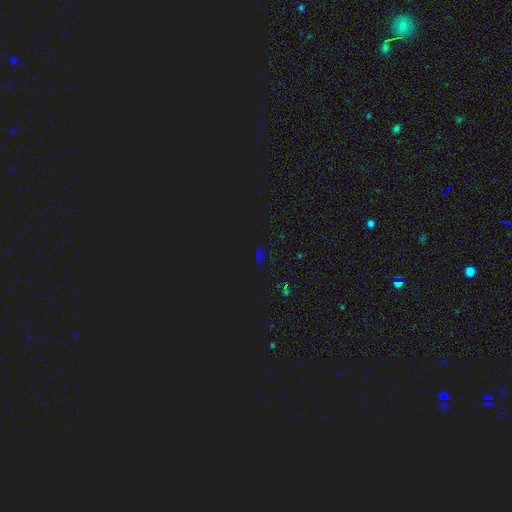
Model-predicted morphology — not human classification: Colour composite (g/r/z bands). It shows a star or artifact, not a galaxy (76%).